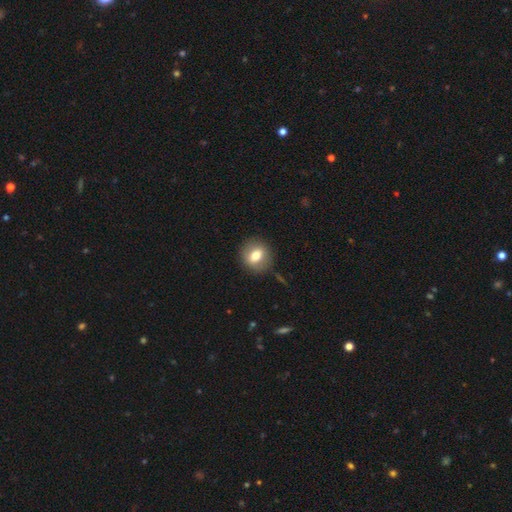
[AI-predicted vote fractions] Morphology: type=smooth (69%); roundness=round (72%); merging=none (86%).